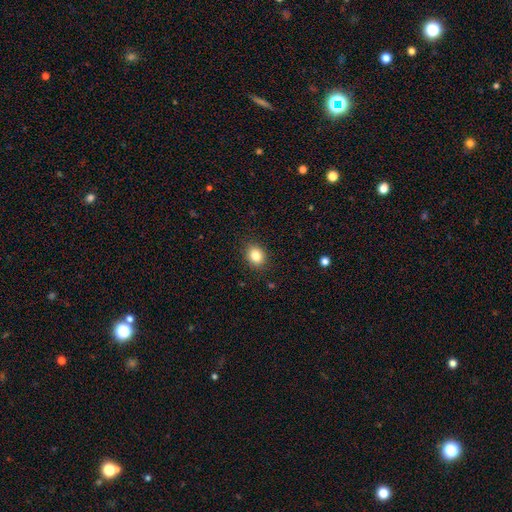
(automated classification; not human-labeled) A smooth galaxy with no disk features (84%) that is round (53%).

Vote fractions:
- Smooth or featured? smooth: 84% / star or artifact: 10% / featured or disk: 6%
- How rounded? round: 53% / in between: 46% / cigar-shaped: 1%
- Merging? none: 88% / minor disturbance: 8% / major disturbance: 2% / merger: 1%